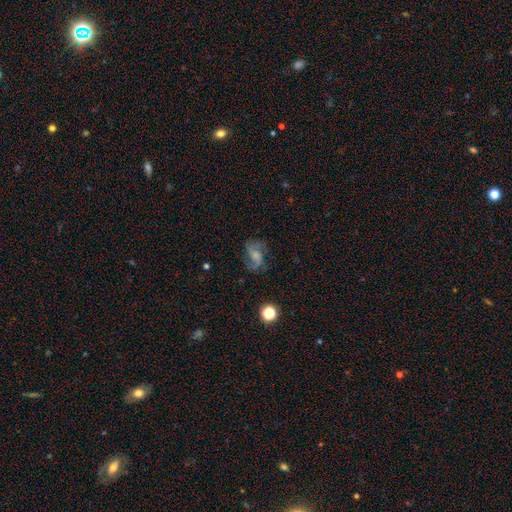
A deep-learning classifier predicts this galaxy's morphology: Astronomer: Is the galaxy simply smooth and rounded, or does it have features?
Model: featured or disk — 56% (runner-up: smooth, 32%).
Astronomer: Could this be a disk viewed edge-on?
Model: no — 97%.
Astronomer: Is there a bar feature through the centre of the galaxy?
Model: no — 61%.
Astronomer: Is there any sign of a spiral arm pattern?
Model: yes — 81%.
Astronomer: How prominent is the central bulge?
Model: small — 41% (runner-up: moderate, 30%).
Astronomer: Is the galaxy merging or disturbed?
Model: none — 53%.